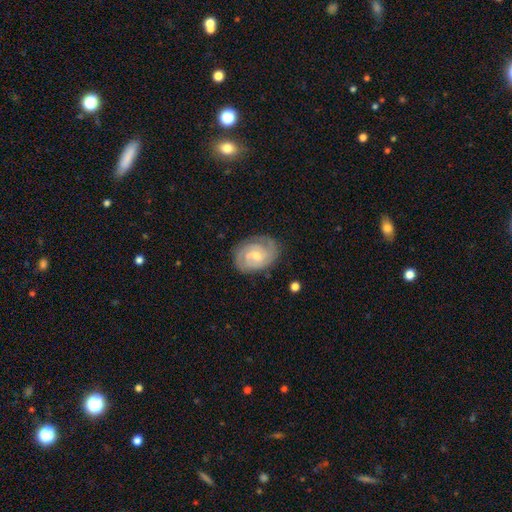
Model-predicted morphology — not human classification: Smooth or featured? Predicted: featured or disk (p=0.79). Edge-on disk? Predicted: no (p=0.97). Bar? Predicted: no (p=0.54). Spiral arms? Predicted: yes (p=0.94). Spiral winding? Predicted: tight (p=0.60). Spiral arm count? Predicted: 2 (p=0.47). Bulge size? Predicted: small (p=0.59). Merging? Predicted: none (p=0.76).